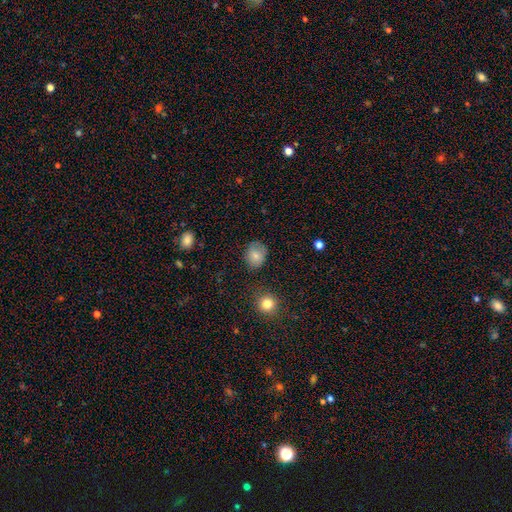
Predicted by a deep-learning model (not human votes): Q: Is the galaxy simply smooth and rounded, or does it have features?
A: smooth — 80%.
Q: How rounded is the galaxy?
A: round — 59%.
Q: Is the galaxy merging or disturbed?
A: none — 75%.